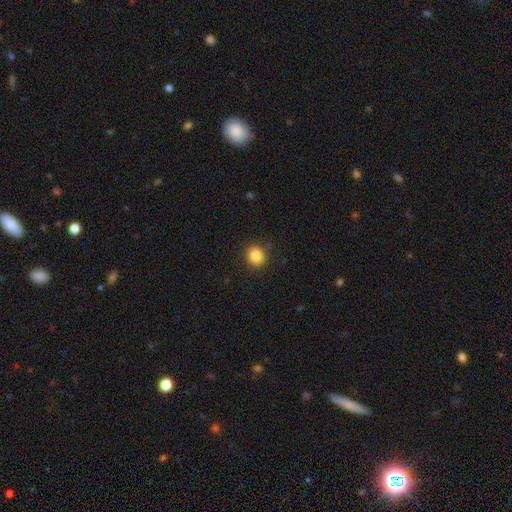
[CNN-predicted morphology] type=smooth (85%); roundness=round (81%); merging=none (89%).